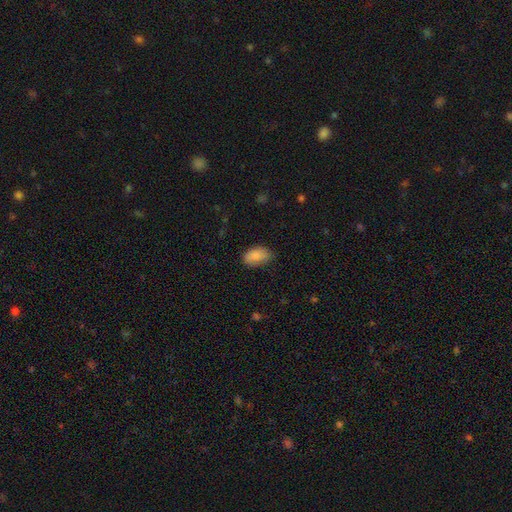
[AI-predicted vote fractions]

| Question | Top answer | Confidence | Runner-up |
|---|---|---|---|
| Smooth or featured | smooth | 87% | star or artifact (7%) |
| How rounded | in between | 93% | round (5%) |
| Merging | none | 75% | minor disturbance (20%) |